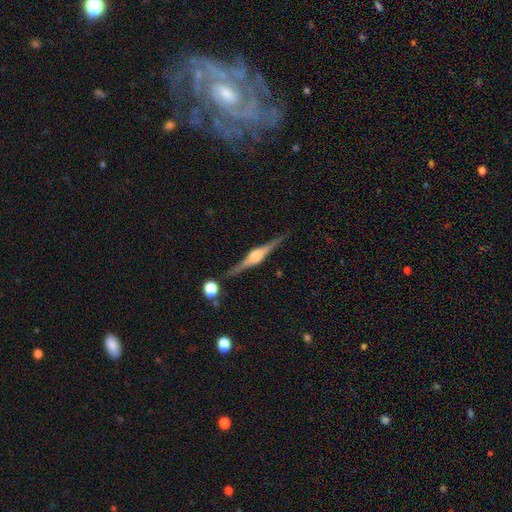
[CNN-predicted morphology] Smooth or featured? Predicted: featured or disk (p=0.85). Edge-on disk? Predicted: yes (p=0.98). Edge-on bulge? Predicted: rounded (p=0.83). Merging? Predicted: none (p=0.85).